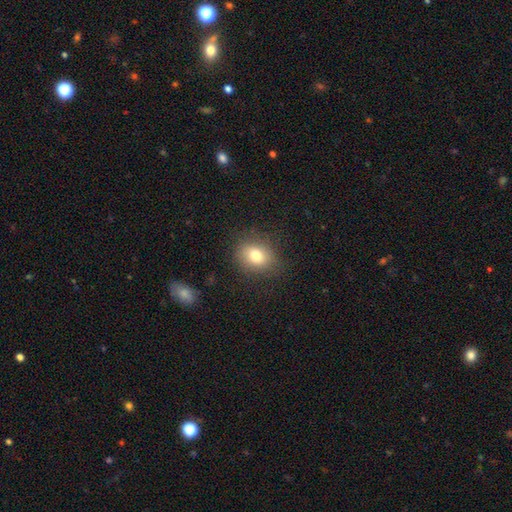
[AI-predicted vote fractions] Smooth or featured? Predicted: smooth (p=0.77). How rounded? Predicted: round (p=0.57). Merging? Predicted: none (p=0.83).